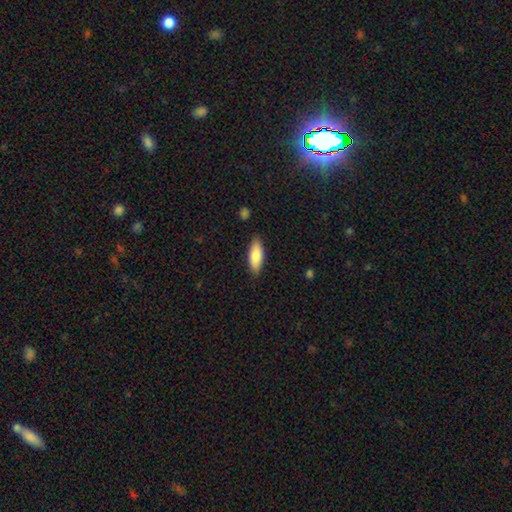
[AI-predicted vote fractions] Smooth or featured: smooth — 83% (featured or disk — 11%)
How rounded: in between — 70% (cigar-shaped — 28%)
Merging: none — 86% (minor disturbance — 10%)